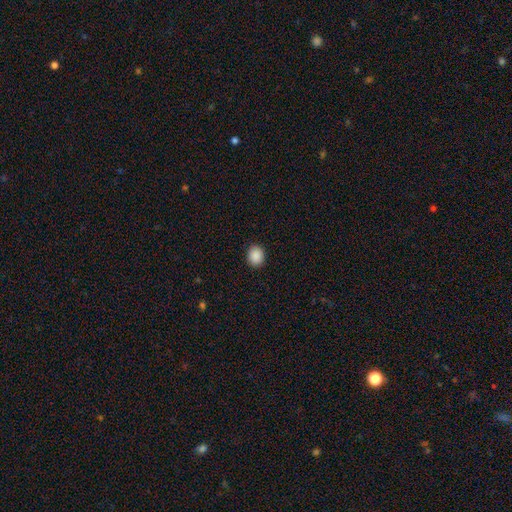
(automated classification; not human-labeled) smooth 89%, star or artifact 8%, featured or disk 2%. Down the decision tree: how rounded — round (61%); merging — none (90%).